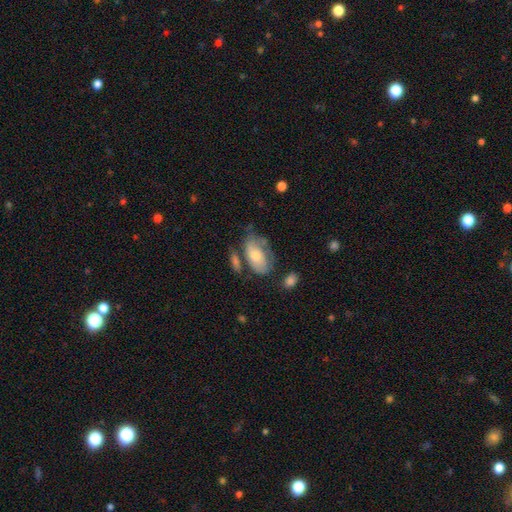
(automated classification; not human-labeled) A smooth galaxy with no disk features (63%) that is in between round and cigar-shaped (91%). Merging: none (40%).